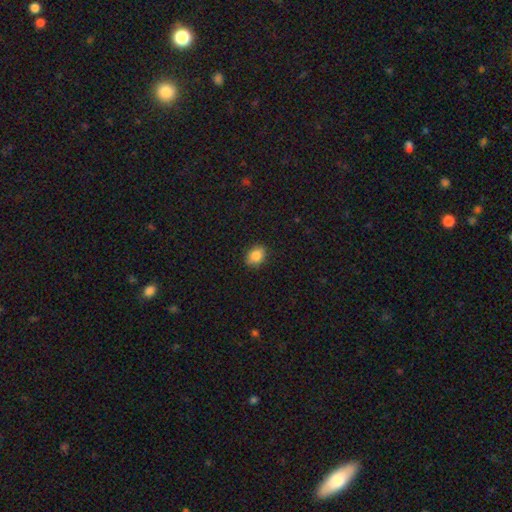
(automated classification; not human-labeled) This appears to be a smooth galaxy with no disk features (85%) that is in between round and cigar-shaped (63%). Merging: none (87%).